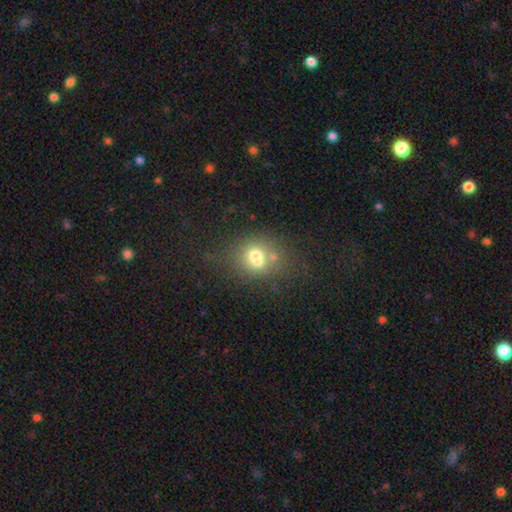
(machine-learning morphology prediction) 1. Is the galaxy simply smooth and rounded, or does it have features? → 62% smooth, 21% featured or disk, 17% star or artifact.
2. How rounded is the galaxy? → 63% round, 36% in between, 1% cigar-shaped.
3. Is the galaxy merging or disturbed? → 44% none, 35% merger, 13% minor disturbance, 8% major disturbance.